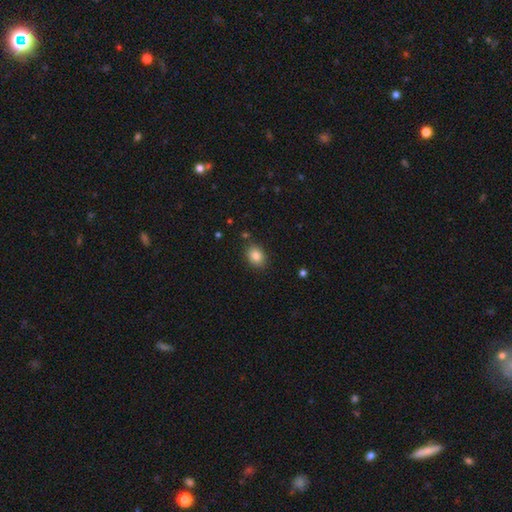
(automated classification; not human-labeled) Smooth or featured? smooth (85%)
How rounded? in between (64%)
Merging? none (84%)